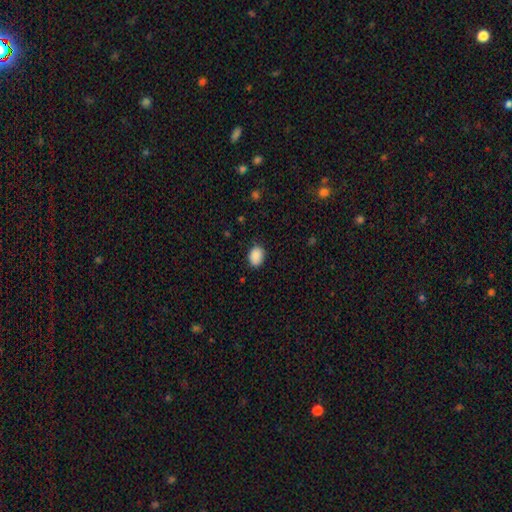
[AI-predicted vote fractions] This is clearly a smooth galaxy (89%). How rounded: likely in between (65%). Merging: clearly none (82%).